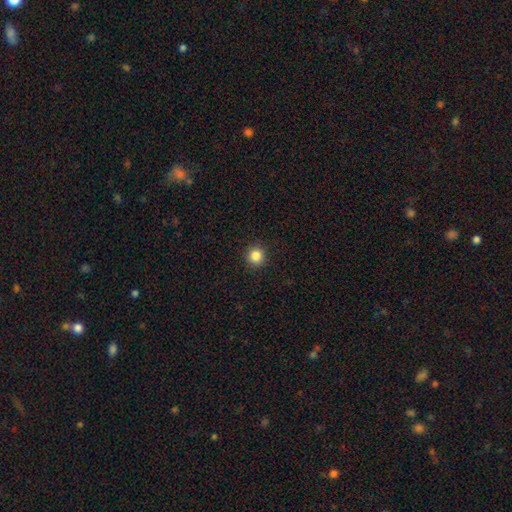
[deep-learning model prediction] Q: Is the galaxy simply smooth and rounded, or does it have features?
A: smooth — 85%.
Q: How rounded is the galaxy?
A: round — 94%.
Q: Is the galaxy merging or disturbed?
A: none — 92%.